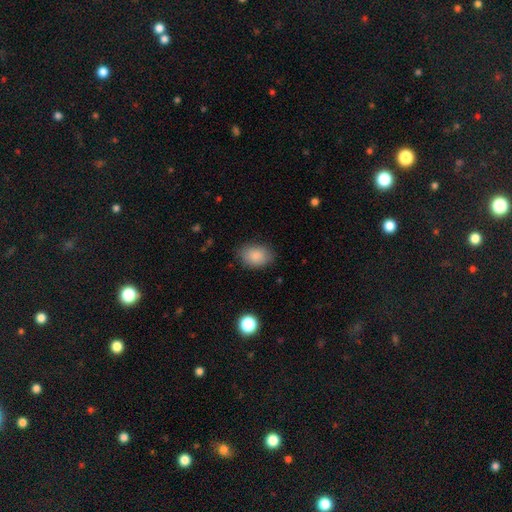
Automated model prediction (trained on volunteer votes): Smooth or featured? smooth (87%)
How rounded? in between (77%)
Merging? none (81%)